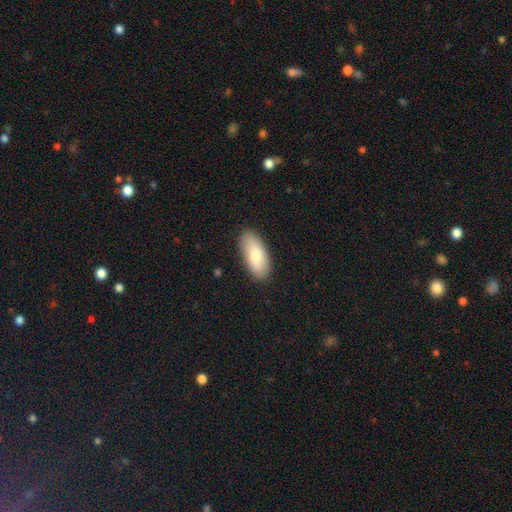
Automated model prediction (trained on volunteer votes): Q: Smooth or featured?
A: smooth (80%); runner-up: featured or disk (14%)
Q: How rounded?
A: in between (88%); runner-up: cigar-shaped (10%)
Q: Merging?
A: none (87%); runner-up: minor disturbance (10%)